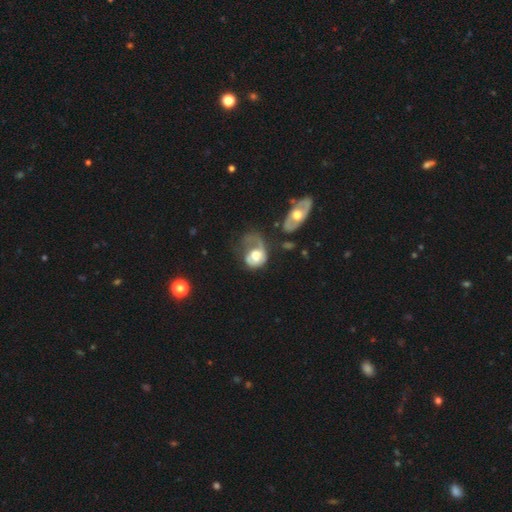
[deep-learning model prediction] This appears to be a featured or disk galaxy (50%). Merging: major disturbance (53%).